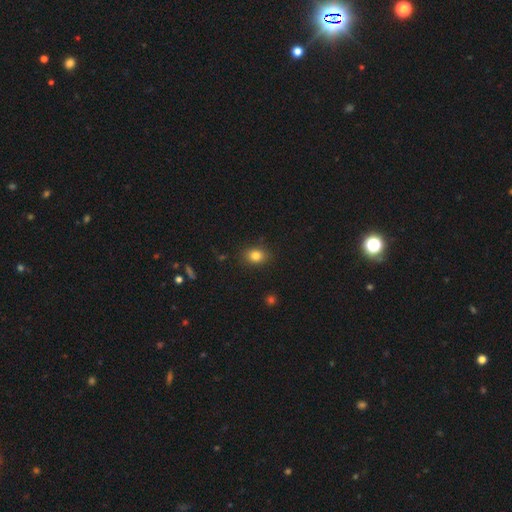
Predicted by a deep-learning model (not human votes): smooth-or-featured: smooth: 83% | star or artifact: 11% | featured or disk: 6%
  how-rounded: in between: 56% | round: 43% | cigar-shaped: 1%
  merging: none: 86% | minor disturbance: 10% | major disturbance: 2% | merger: 1%